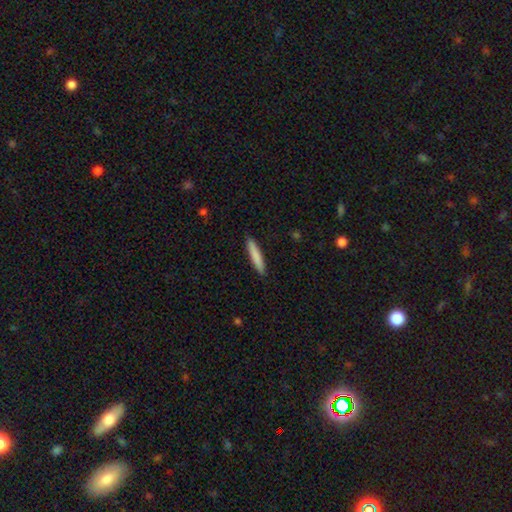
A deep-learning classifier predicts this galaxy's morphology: smooth 82%, featured or disk 12%, star or artifact 6%. Down the decision tree: how rounded — cigar-shaped (92%); merging — none (91%).